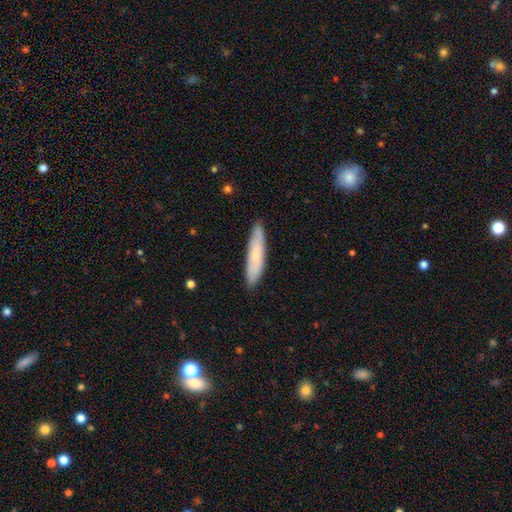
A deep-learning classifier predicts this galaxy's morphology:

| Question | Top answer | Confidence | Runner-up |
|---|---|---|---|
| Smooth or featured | smooth | 66% | featured or disk (27%) |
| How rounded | cigar-shaped | 84% | in between (15%) |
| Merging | none | 86% | minor disturbance (11%) |